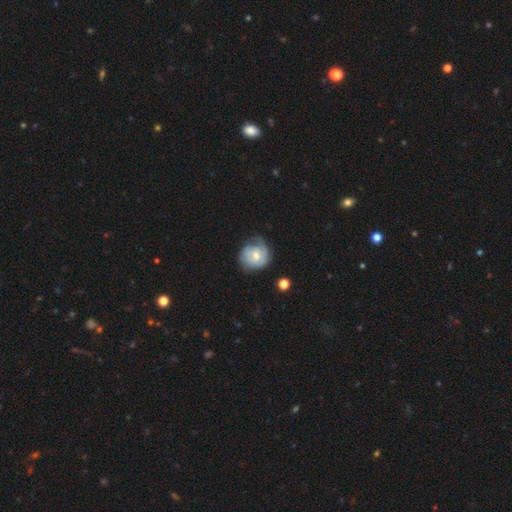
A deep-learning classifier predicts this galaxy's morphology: The model was most divided on "smooth or featured": featured or disk: 55%, smooth: 38%, star or artifact: 7%. Remaining: edge-on disk — no (97%); spiral arms — yes (74%); bar — no (72%); bulge size — moderate (58%); merging — none (50%).